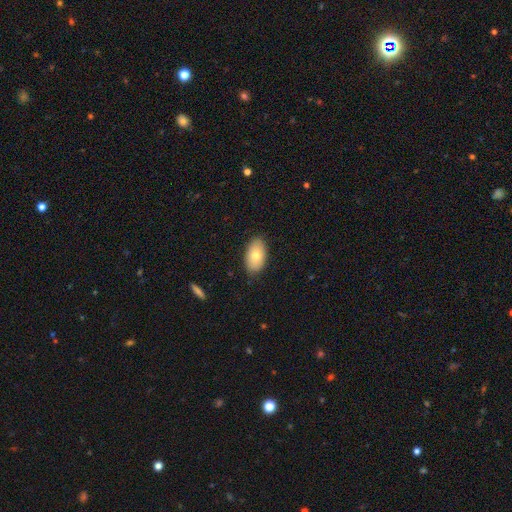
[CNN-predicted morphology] Overall: smooth (74%). How rounded: in between (93%). Merging: none (85%).